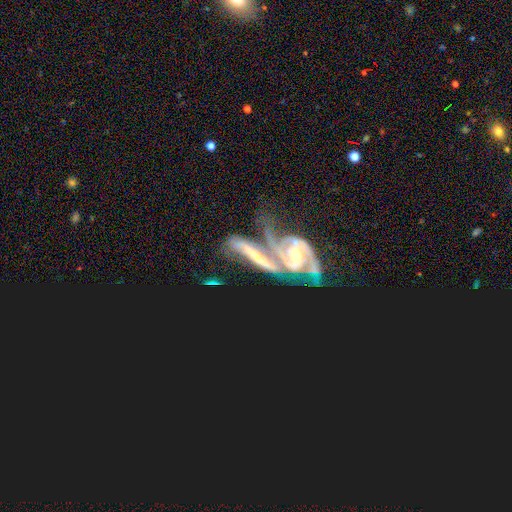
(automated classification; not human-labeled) featured or disk 82%, smooth 11%, star or artifact 7%. Down the decision tree: edge-on disk — no (84%); bar — no (41%); spiral arms — yes (91%); spiral arm count — 2 (68%); spiral winding — tight (47%); bulge size — small (47%); merging — merger (65%).